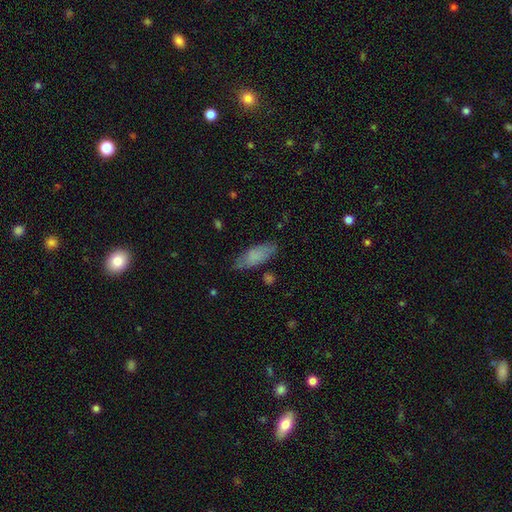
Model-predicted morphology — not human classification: Q: Smooth or featured?
A: smooth (77%); runner-up: featured or disk (15%)
Q: How rounded?
A: in between (67%); runner-up: cigar-shaped (31%)
Q: Merging?
A: none (75%); runner-up: minor disturbance (18%)